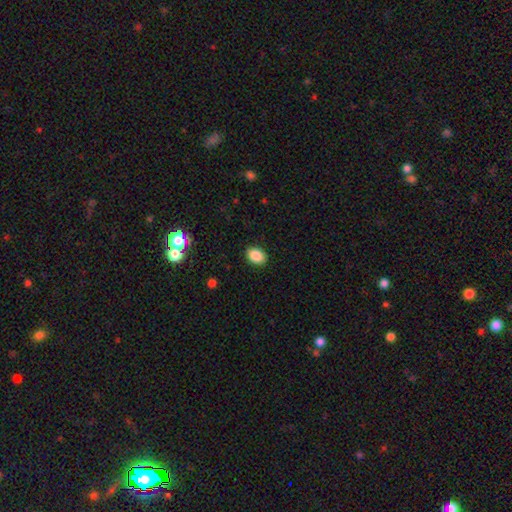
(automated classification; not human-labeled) smooth-or-featured: smooth: 86% | star or artifact: 9% | featured or disk: 4%
  how-rounded: in between: 77% | round: 22% | cigar-shaped: 1%
  merging: none: 89% | minor disturbance: 8% | major disturbance: 2% | merger: 1%